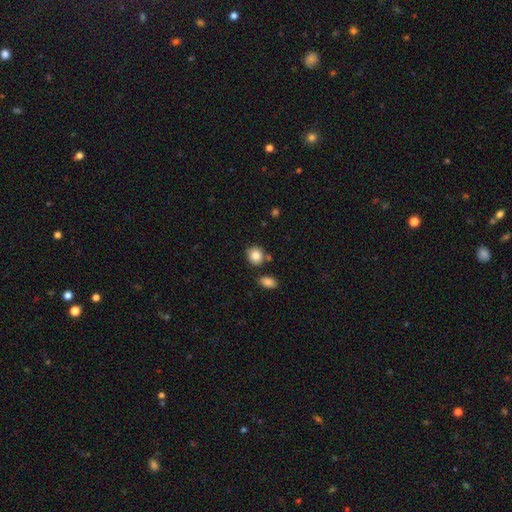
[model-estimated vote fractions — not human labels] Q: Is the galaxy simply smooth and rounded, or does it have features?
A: smooth — 85%.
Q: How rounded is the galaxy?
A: round — 77%.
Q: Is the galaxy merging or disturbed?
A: none — 77%.